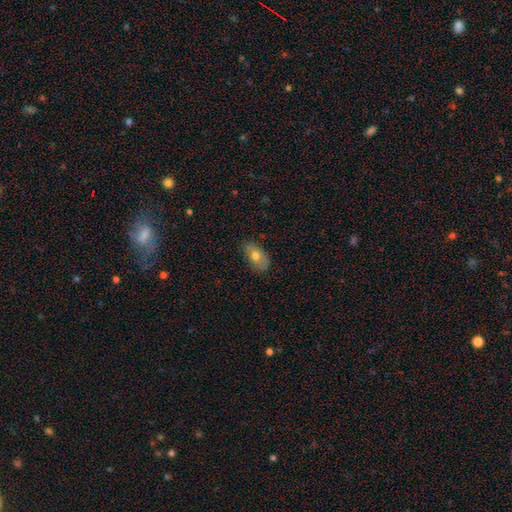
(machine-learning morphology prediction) Smooth or featured? Predicted: smooth (p=0.71). How rounded? Predicted: in between (p=0.89). Merging? Predicted: none (p=0.74).